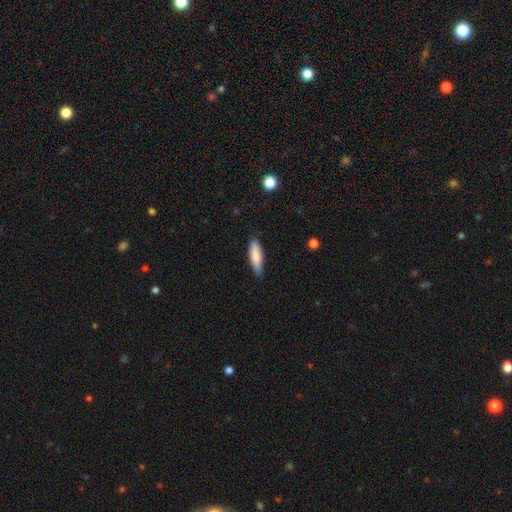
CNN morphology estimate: This is clearly a smooth galaxy (83%). How rounded: possibly cigar-shaped (55%). Merging: clearly none (81%).